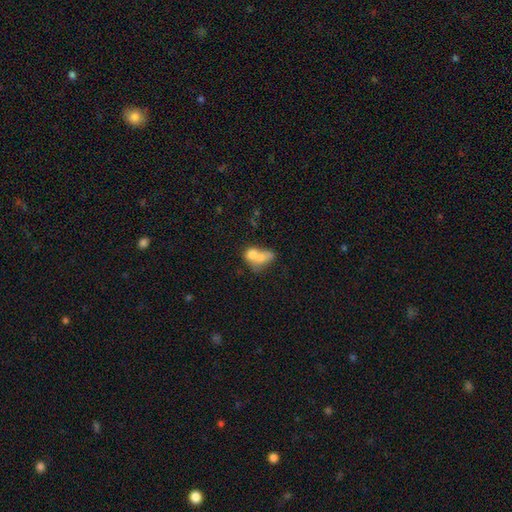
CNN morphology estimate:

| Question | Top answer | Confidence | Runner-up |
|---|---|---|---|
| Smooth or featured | smooth | 66% | featured or disk (24%) |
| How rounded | in between | 63% | round (35%) |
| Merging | merger | 72% | none (16%) |